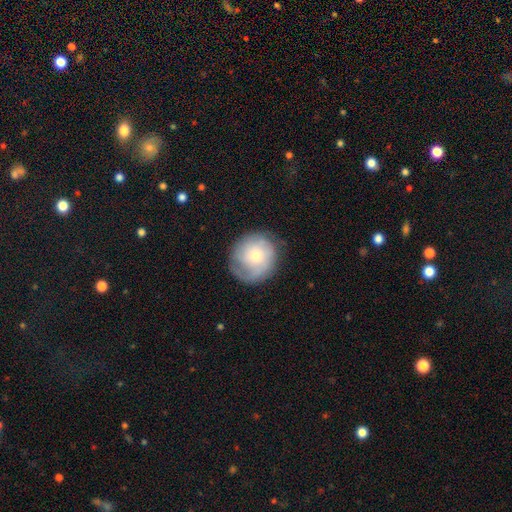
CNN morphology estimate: Smooth or featured? smooth (49%)
Merging? none (70%)